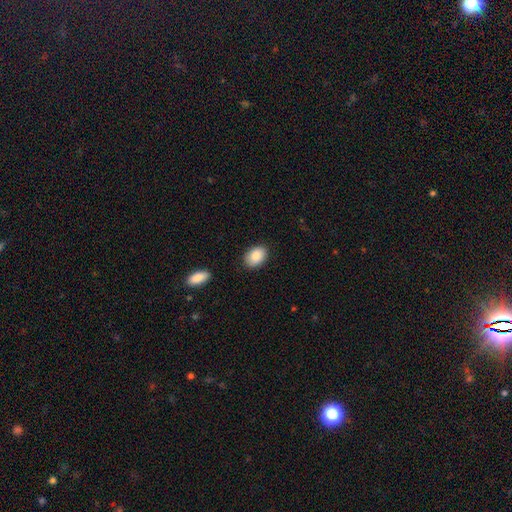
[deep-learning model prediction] Morphology: type=smooth (87%); roundness=in between (83%); merging=none (86%).